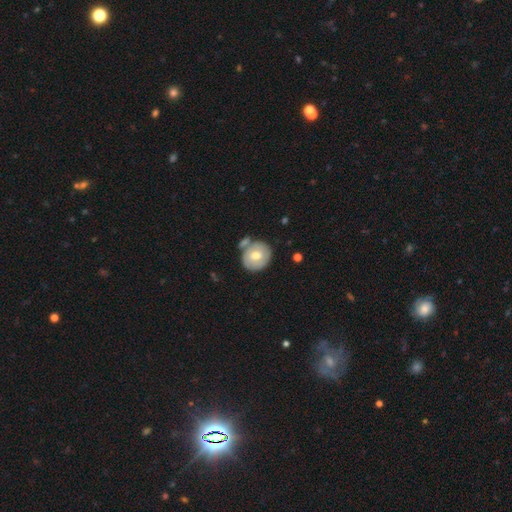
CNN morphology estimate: smooth_or_featured: smooth (p=0.53) [alt: featured or disk p=0.42]
how_rounded: round (p=0.80) [alt: in between p=0.19]
merging: none (p=0.59) [alt: merger p=0.19]